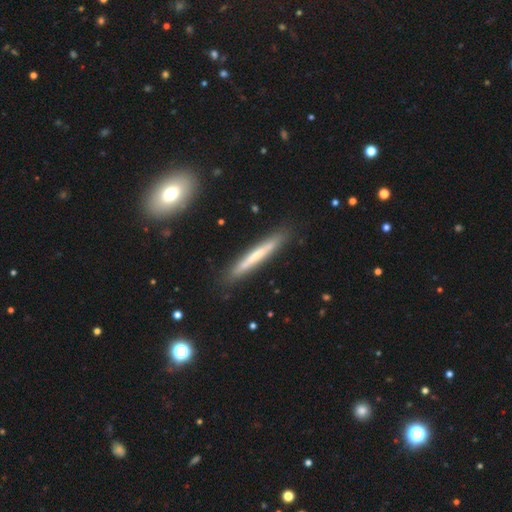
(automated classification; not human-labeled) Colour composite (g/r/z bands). It shows a featured or disk galaxy (50%). Merging: none (88%).